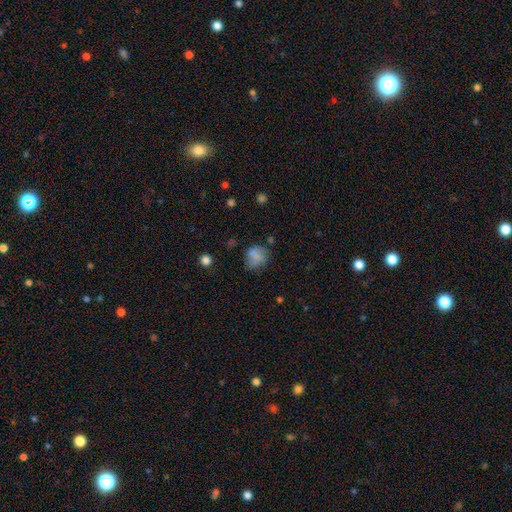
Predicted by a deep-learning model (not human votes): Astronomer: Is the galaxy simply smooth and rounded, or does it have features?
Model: smooth — 71%.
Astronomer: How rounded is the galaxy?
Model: round — 67%.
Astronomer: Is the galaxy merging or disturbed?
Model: none — 53%.